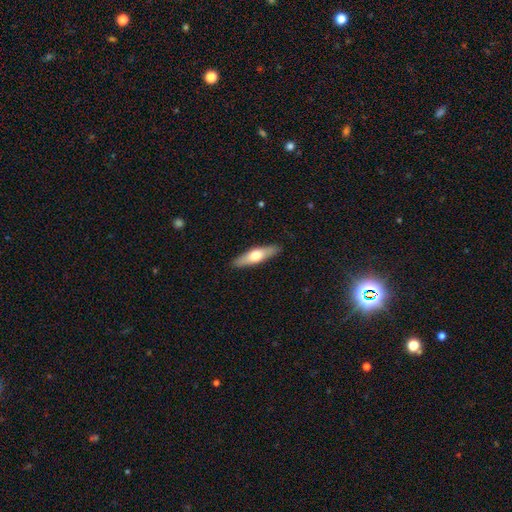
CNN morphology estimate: Overall: smooth (51%; featured or disk 44%). How rounded: cigar-shaped (66%; in between 32%). Merging: none (89%).